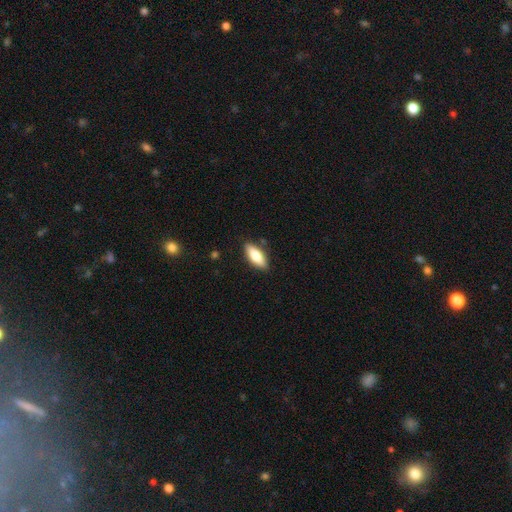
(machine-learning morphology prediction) smooth_or_featured: smooth (p=0.76) [alt: featured or disk p=0.18]
how_rounded: in between (p=0.76) [alt: cigar-shaped p=0.22]
merging: none (p=0.86) [alt: minor disturbance p=0.11]